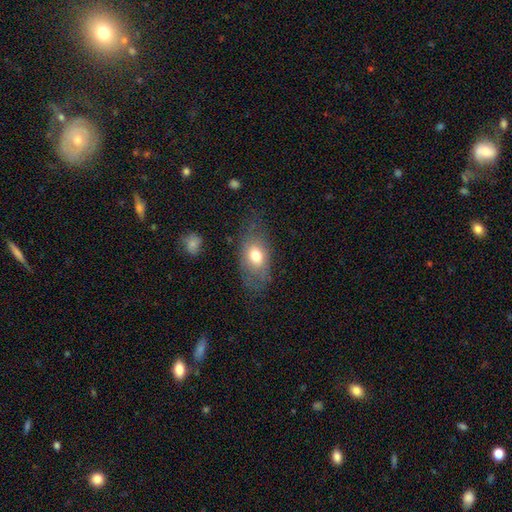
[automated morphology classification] Smooth or featured? smooth (70%)
How rounded? in between (85%)
Merging? none (63%)